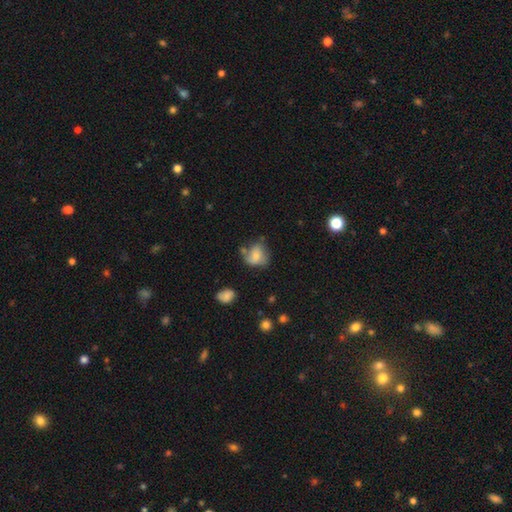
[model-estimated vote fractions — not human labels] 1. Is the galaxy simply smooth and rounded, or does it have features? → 66% smooth, 25% featured or disk, 10% star or artifact.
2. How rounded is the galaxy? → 56% round, 42% in between, 1% cigar-shaped.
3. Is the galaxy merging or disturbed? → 44% none, 31% minor disturbance, 14% major disturbance, 11% merger.